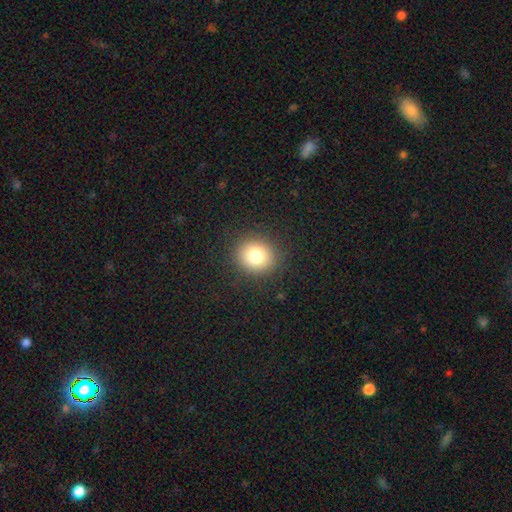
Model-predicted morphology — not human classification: Smooth or featured? smooth (79%)
How rounded? round (85%)
Merging? none (89%)